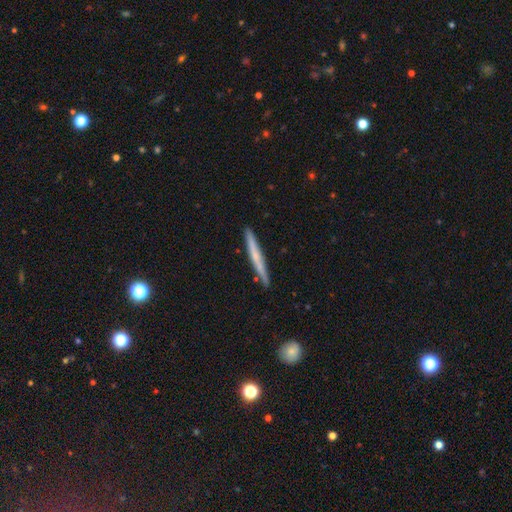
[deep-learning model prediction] A smooth galaxy with no disk features (49%).

Vote fractions:
- Smooth or featured? smooth: 49% / featured or disk: 46% / star or artifact: 6%
- Merging? none: 90% / minor disturbance: 7% / merger: 1% / major disturbance: 1%